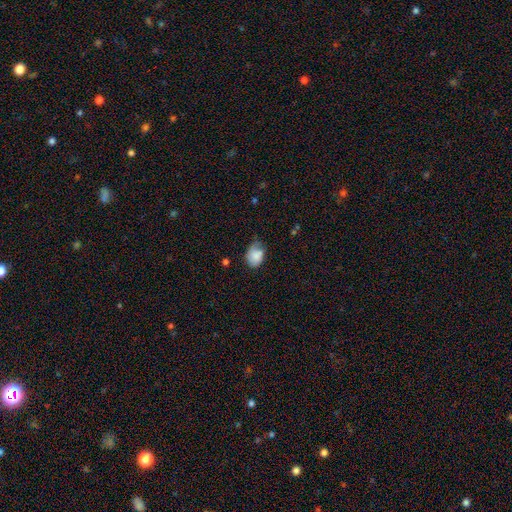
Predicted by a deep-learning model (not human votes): Overall: smooth (77%). How rounded: in between (69%; round 30%). Merging: none (43%; minor disturbance 41%).